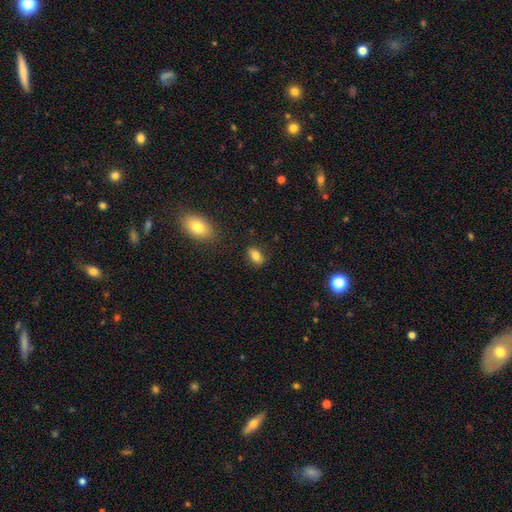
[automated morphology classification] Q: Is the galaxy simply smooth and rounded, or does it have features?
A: smooth — 82%.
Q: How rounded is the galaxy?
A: in between — 86%.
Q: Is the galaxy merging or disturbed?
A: none — 83%.